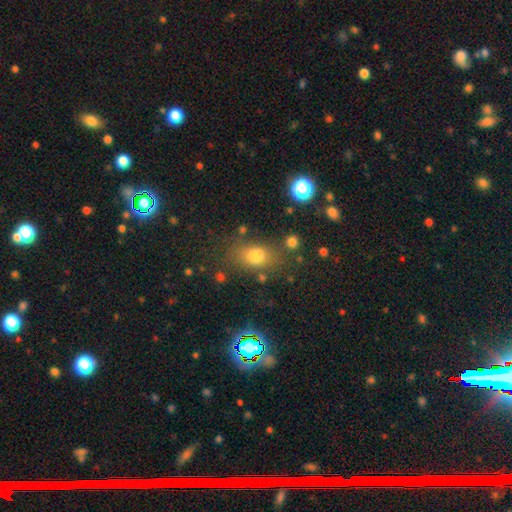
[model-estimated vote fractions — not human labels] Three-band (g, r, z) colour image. It shows a smooth galaxy with no disk features (72%) that is in between round and cigar-shaped (71%). Merging: none (71%).